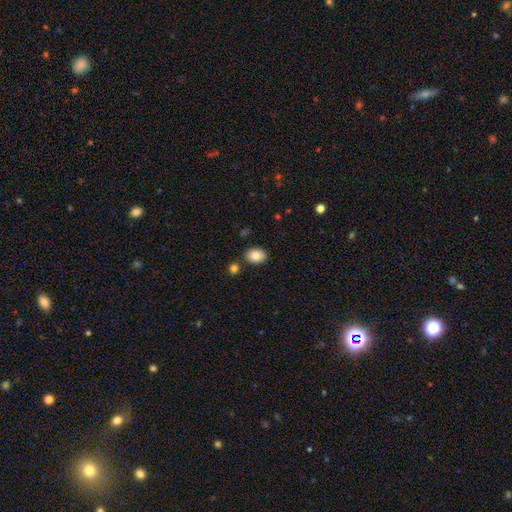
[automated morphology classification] This is clearly a smooth galaxy (84%). How rounded: likely in between (66%). Merging: clearly none (83%).